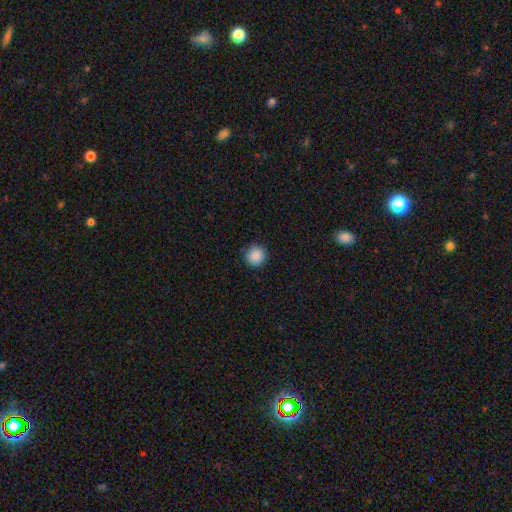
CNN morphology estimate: smooth_or_featured: smooth (p=0.89) [alt: star or artifact p=0.09]
how_rounded: round (p=0.96) [alt: in between p=0.03]
merging: none (p=0.91) [alt: minor disturbance p=0.06]